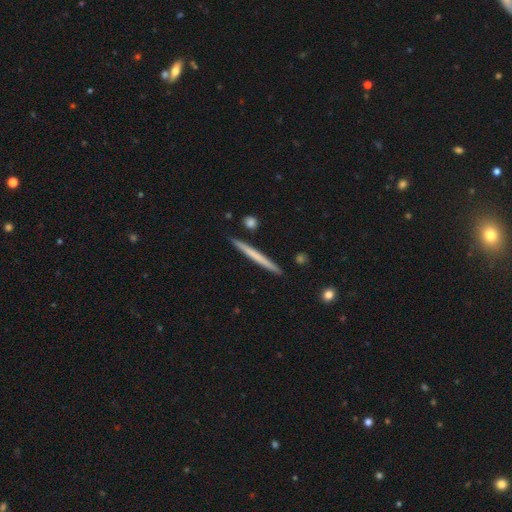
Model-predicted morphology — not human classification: This is possibly a smooth galaxy (56%). How rounded: clearly cigar-shaped (97%). Merging: clearly none (91%).